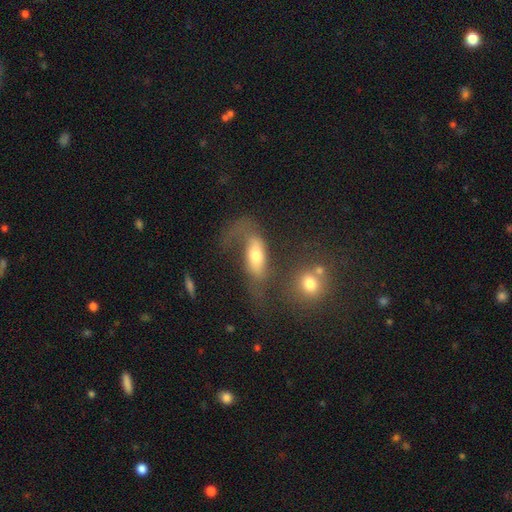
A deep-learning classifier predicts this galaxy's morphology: type=featured or disk (50%); merging=major disturbance (44%).